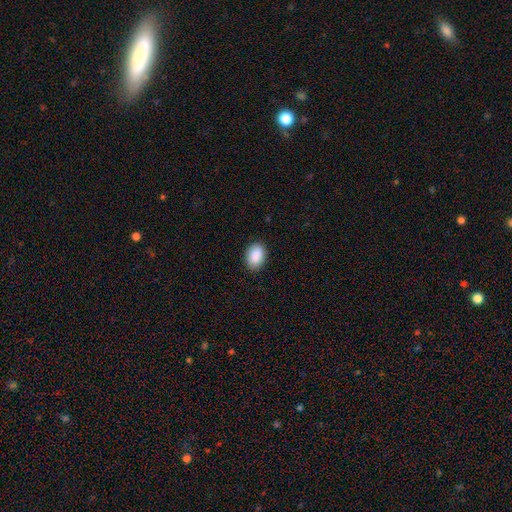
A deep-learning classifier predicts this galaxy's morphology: A smooth galaxy with no disk features (90%) that is in between round and cigar-shaped (84%). Merging: none (88%).